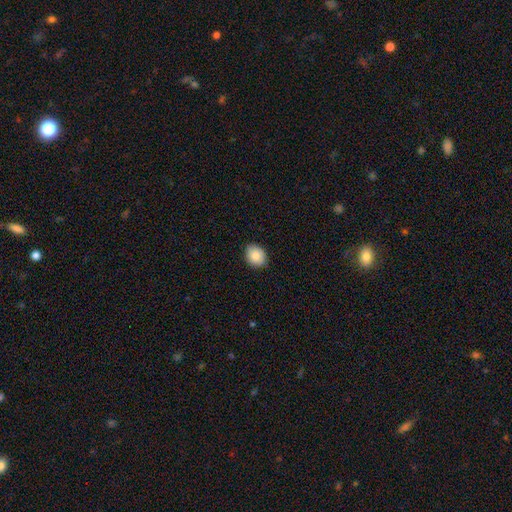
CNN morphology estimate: Smooth or featured? smooth (87%)
How rounded? round (52%)
Merging? none (87%)